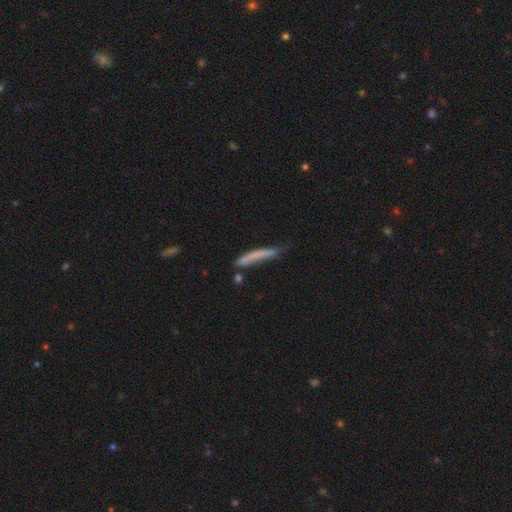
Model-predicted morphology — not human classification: smooth-or-featured: smooth: 66% | featured or disk: 26% | star or artifact: 8%
  how-rounded: cigar-shaped: 94% | in between: 5% | round: 2%
  merging: none: 53% | minor disturbance: 27% | major disturbance: 12% | merger: 9%